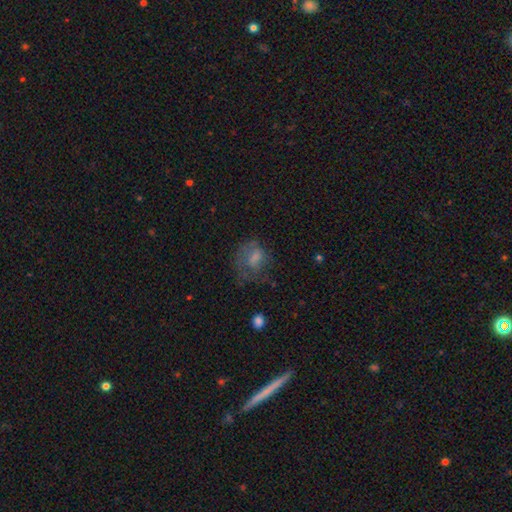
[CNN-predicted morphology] A smooth galaxy with no disk features (49%).

Vote fractions:
- Smooth or featured? smooth: 49% / featured or disk: 34% / star or artifact: 17%
- Merging? none: 46% / major disturbance: 29% / minor disturbance: 23% / merger: 2%